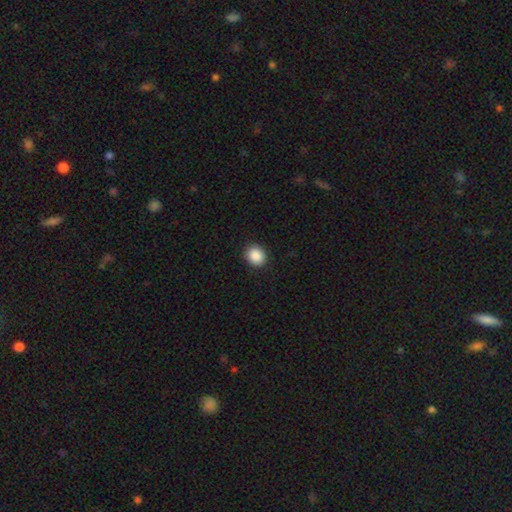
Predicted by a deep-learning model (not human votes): Smooth or featured? smooth (89%)
How rounded? round (72%)
Merging? none (91%)